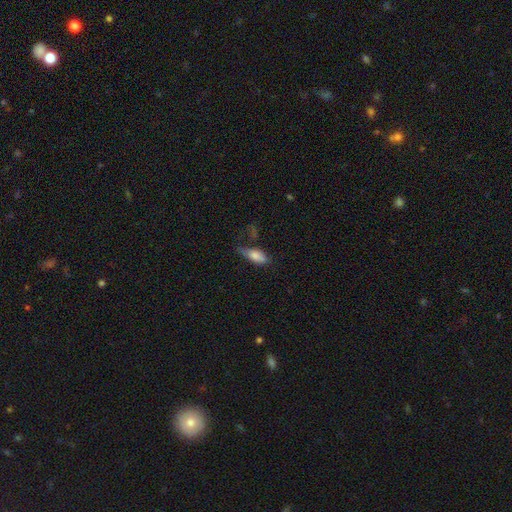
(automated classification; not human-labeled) A smooth galaxy with no disk features (76%) that is in between round and cigar-shaped (78%).

Vote fractions:
- Smooth or featured? smooth: 76% / featured or disk: 16% / star or artifact: 8%
- How rounded? in between: 78% / cigar-shaped: 19% / round: 3%
- Merging? none: 40% / minor disturbance: 34% / major disturbance: 21% / merger: 6%